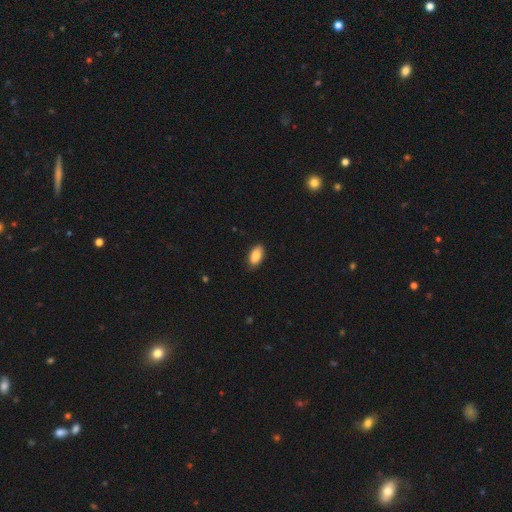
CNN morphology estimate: type=smooth (87%); roundness=in between (93%); merging=none (87%).